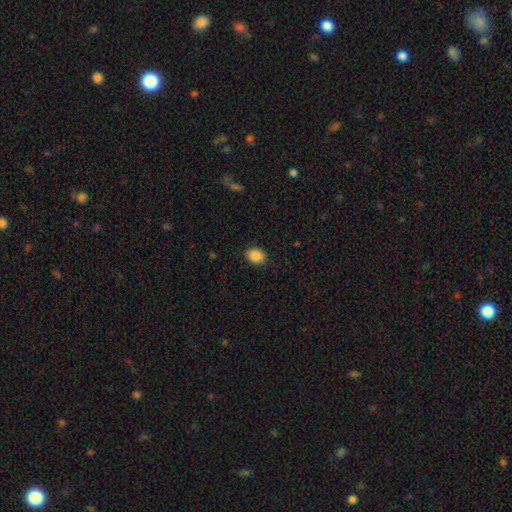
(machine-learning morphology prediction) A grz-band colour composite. It shows a smooth galaxy with no disk features (88%) that is in between round and cigar-shaped (63%). Merging: none (88%).